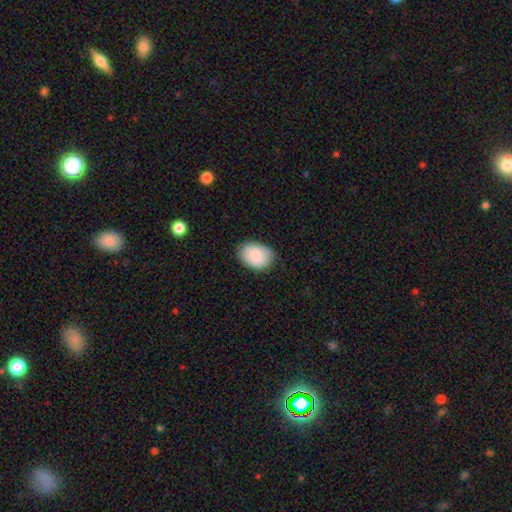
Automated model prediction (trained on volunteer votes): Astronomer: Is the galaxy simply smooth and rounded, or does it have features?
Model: smooth — 86%.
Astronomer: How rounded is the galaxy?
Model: in between — 77%.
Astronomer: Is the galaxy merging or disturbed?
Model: none — 80%.